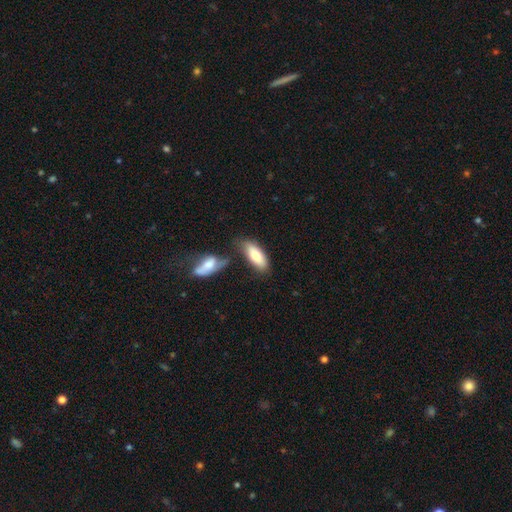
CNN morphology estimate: Smooth or featured?
  - smooth: 75% *
  - featured or disk: 19%
  - star or artifact: 6%
How rounded?
  - in between: 79% *
  - cigar-shaped: 19%
  - round: 2%
Merging?
  - none: 56% *
  - merger: 22%
  - minor disturbance: 17%
  - major disturbance: 6%